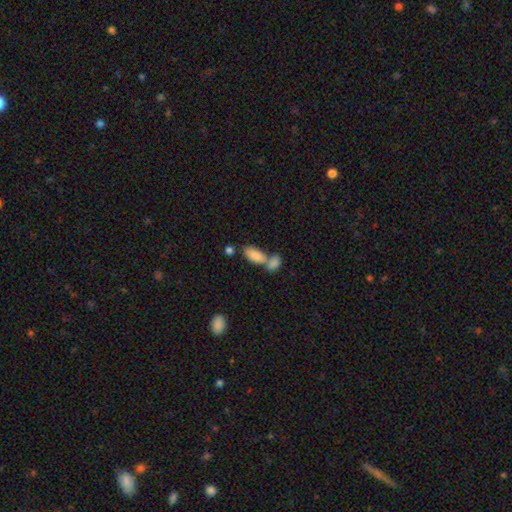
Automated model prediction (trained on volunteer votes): smooth-or-featured: smooth: 85% | featured or disk: 8% | star or artifact: 7%
  how-rounded: in between: 90% | cigar-shaped: 7% | round: 3%
  merging: merger: 53% | none: 35% | minor disturbance: 9% | major disturbance: 4%